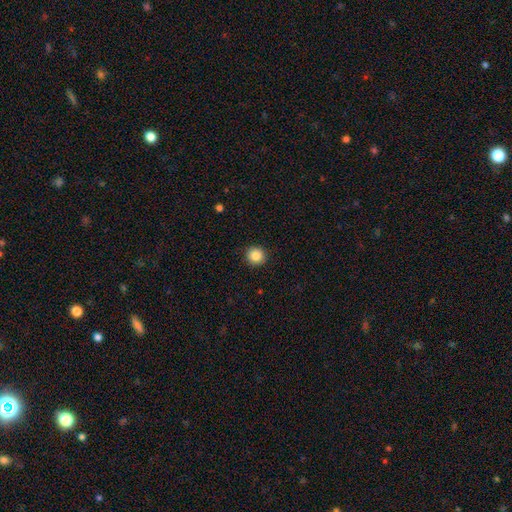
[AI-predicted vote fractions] Smooth or featured? Predicted: smooth (p=0.85). How rounded? Predicted: round (p=0.92). Merging? Predicted: none (p=0.91).